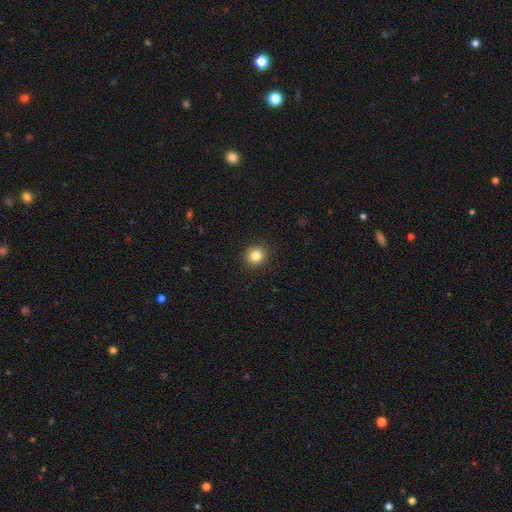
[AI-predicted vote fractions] Smooth or featured?
  - smooth: 83% *
  - star or artifact: 11%
  - featured or disk: 6%
How rounded?
  - round: 86% *
  - in between: 13%
  - cigar-shaped: 1%
Merging?
  - none: 91% *
  - minor disturbance: 6%
  - major disturbance: 2%
  - merger: 1%